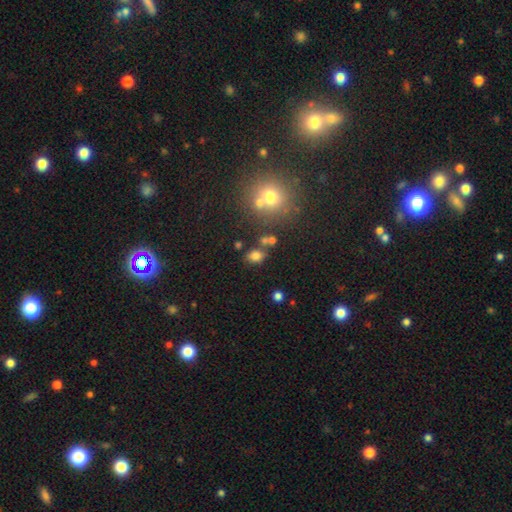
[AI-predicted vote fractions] smooth 75%, star or artifact 17%, featured or disk 9%. Down the decision tree: how rounded — in between (60%); merging — none (70%).